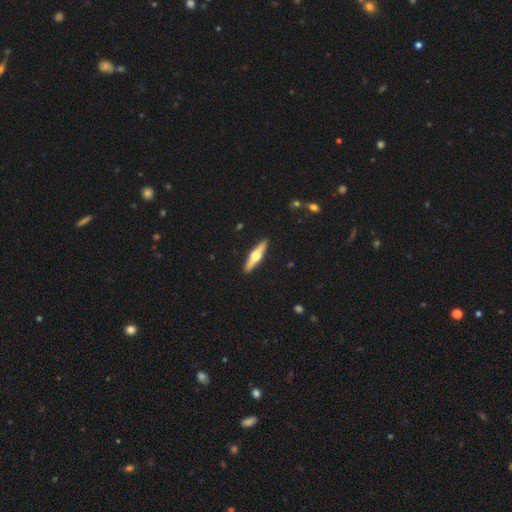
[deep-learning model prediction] A featured or disk galaxy (66%) viewed edge-on (96%) with a rounded central bulge (96%). Merging: none (92%).